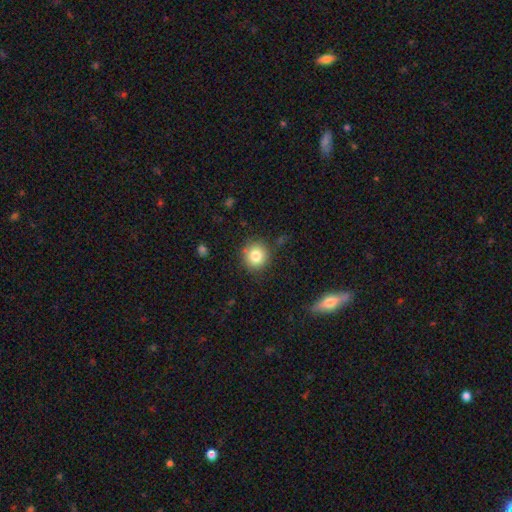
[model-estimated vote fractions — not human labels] smooth 82%, star or artifact 10%, featured or disk 8%. Down the decision tree: how rounded — round (91%); merging — none (86%).